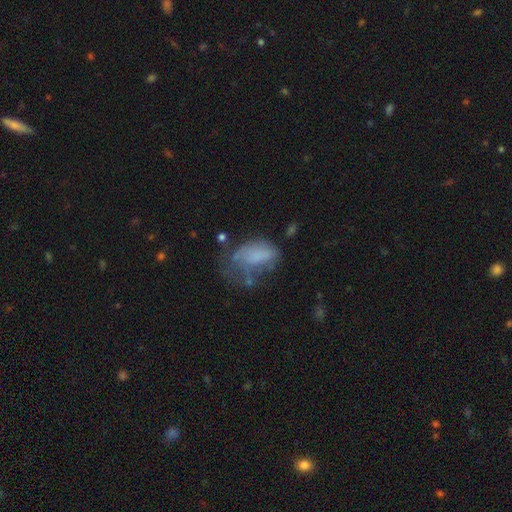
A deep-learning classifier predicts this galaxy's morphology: Overall: smooth (59%; featured or disk 29%). How rounded: in between (88%). Merging: major disturbance (41%; minor disturbance 27%).